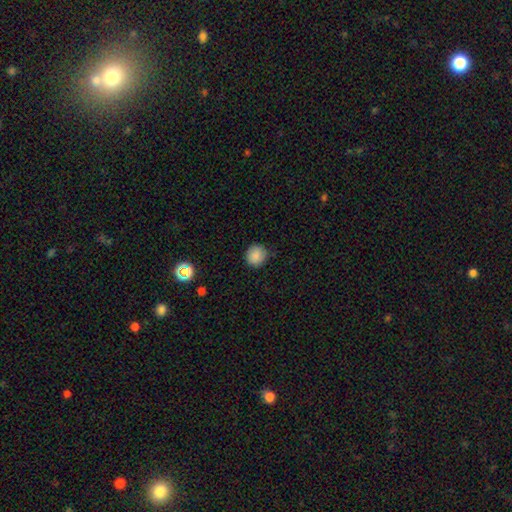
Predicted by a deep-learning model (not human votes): smooth_or_featured: smooth (p=0.86) [alt: star or artifact p=0.10]
how_rounded: round (p=0.90) [alt: in between p=0.09]
merging: none (p=0.85) [alt: minor disturbance p=0.11]